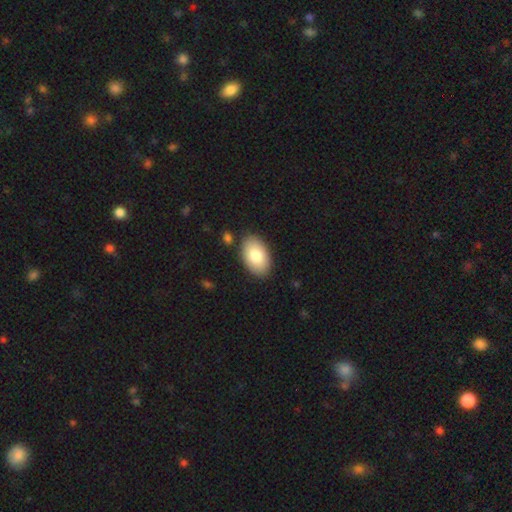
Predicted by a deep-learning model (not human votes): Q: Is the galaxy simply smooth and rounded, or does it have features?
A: smooth — 83%.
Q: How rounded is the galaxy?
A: in between — 94%.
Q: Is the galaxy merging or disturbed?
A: none — 86%.